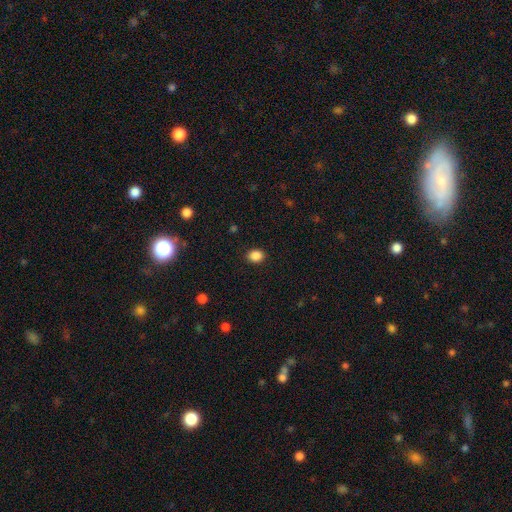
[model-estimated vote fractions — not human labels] smooth_or_featured: smooth (p=0.87) [alt: star or artifact p=0.10]
how_rounded: in between (p=0.53) [alt: round p=0.46]
merging: none (p=0.90) [alt: minor disturbance p=0.07]